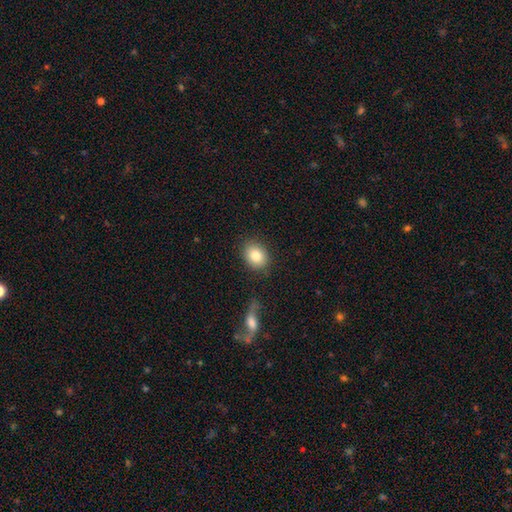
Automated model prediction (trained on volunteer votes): smooth_or_featured: smooth (p=0.83) [alt: featured or disk p=0.09]
how_rounded: in between (p=0.51) [alt: round p=0.48]
merging: none (p=0.84) [alt: minor disturbance p=0.10]